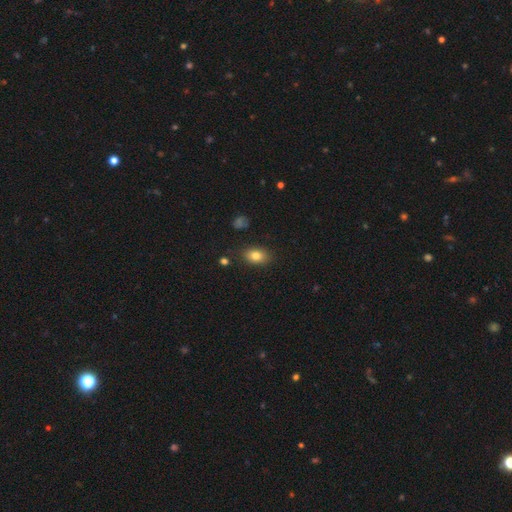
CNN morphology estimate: Smooth or featured: smooth — 82% (star or artifact — 9%)
How rounded: in between — 84% (round — 14%)
Merging: none — 85% (minor disturbance — 11%)